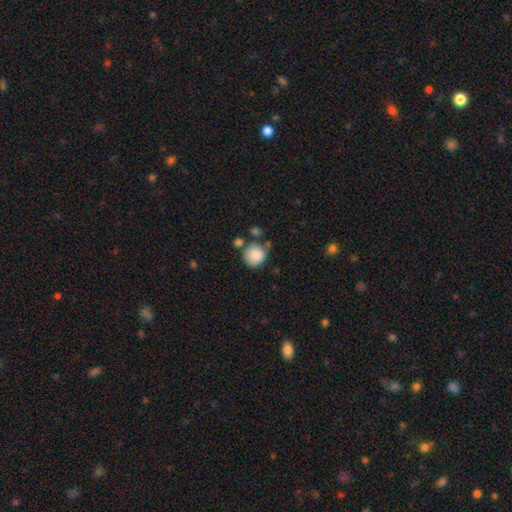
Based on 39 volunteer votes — smooth 92%, featured or disk 5%, star or artifact 3%. Down the decision tree: how rounded — round (86%); merging — none (63%).